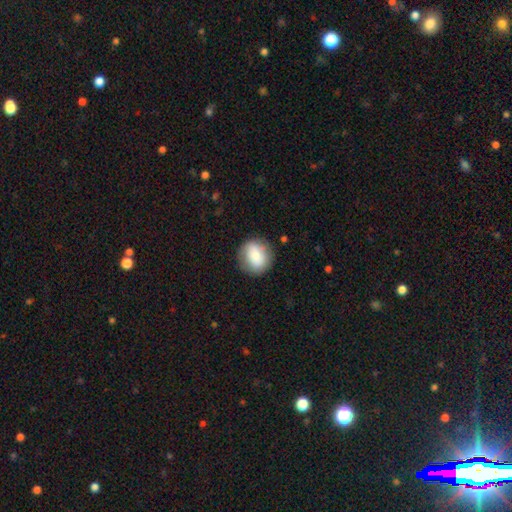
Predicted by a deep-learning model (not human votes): Overall: smooth (77%). How rounded: round (82%). Merging: none (83%).